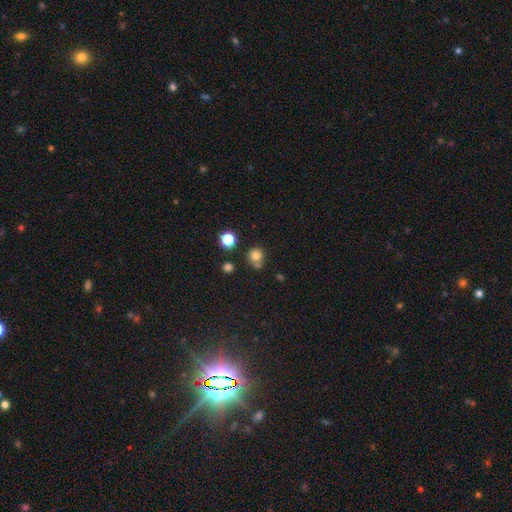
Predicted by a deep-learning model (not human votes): This appears to be a smooth galaxy with no disk features (78%) that is round (90%). Merging: none (64%).